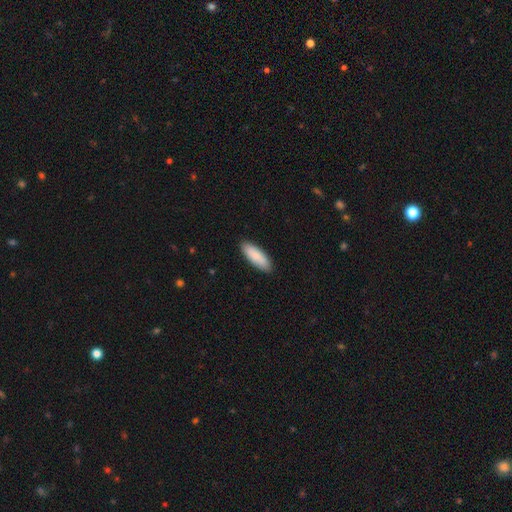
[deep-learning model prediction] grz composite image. It shows a smooth galaxy with no disk features (86%) that is in between round and cigar-shaped (60%). Merging: none (89%).